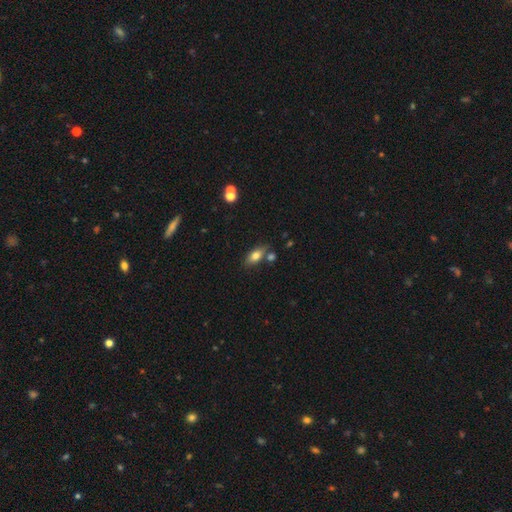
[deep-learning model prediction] A smooth galaxy with no disk features (73%) that is in between round and cigar-shaped (83%). Merging: none (66%).